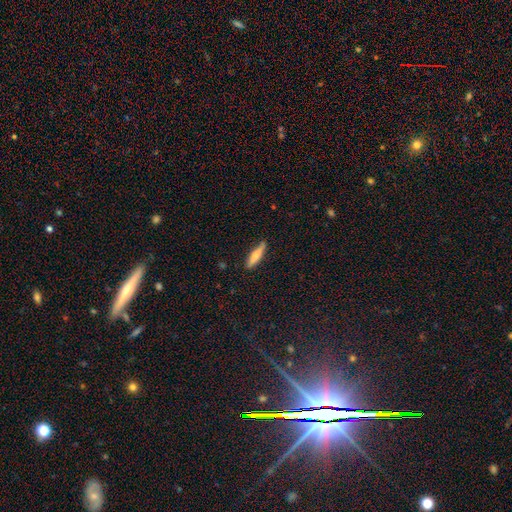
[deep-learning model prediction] Q: Smooth or featured?
A: smooth (65%); runner-up: featured or disk (29%)
Q: How rounded?
A: cigar-shaped (81%); runner-up: in between (17%)
Q: Merging?
A: none (84%); runner-up: minor disturbance (12%)